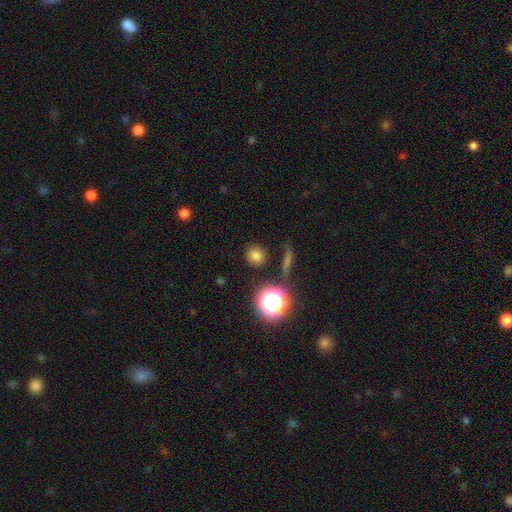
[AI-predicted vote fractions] Smooth or featured? smooth (74%)
How rounded? round (88%)
Merging? none (85%)